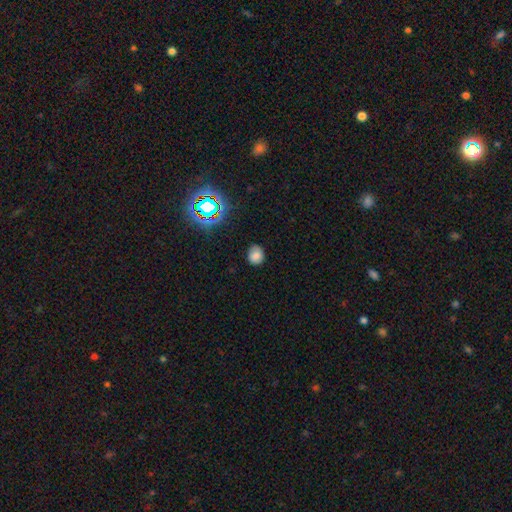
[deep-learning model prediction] A smooth galaxy with no disk features (77%) that is round (67%).

Vote fractions:
- Smooth or featured? smooth: 77% / star or artifact: 16% / featured or disk: 8%
- How rounded? round: 67% / in between: 32% / cigar-shaped: 1%
- Merging? none: 76% / minor disturbance: 19% / major disturbance: 4% / merger: 1%